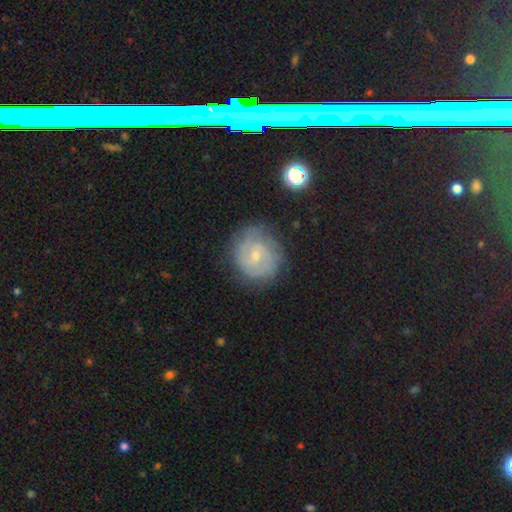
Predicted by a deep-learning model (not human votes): smooth-or-featured: featured or disk: 72% | smooth: 21% | star or artifact: 7%
  disk-edge-on: no: 98% | yes: 2%
    bar: no: 56% | weak: 38% | strong: 6%
    has-spiral-arms: yes: 91% | no: 9%
      spiral-winding: tight: 60% | medium: 32% | loose: 8%
      spiral-arm-count: 2: 49% | can't tell: 28% | 3: 12% | 1: 4% | 4: 3% | more than 4: 3%
    bulge-size: small: 70% | moderate: 27% | none: 2% | large: 1% | dominant: 1%
  merging: none: 75% | minor disturbance: 18% | major disturbance: 6% | merger: 2%